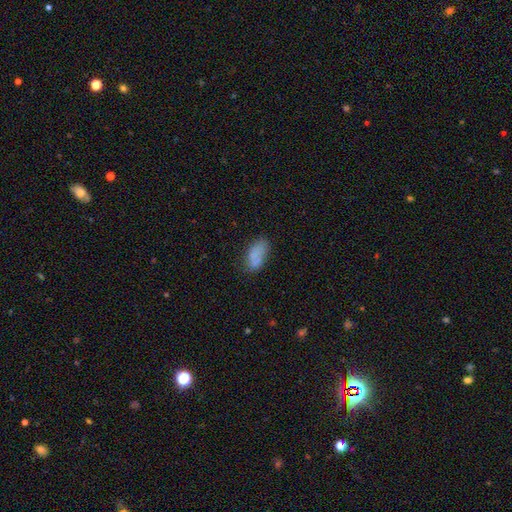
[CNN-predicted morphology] The model was most divided on "merging": none: 59%, minor disturbance: 25%, major disturbance: 10%, merger: 6%. More confident: how rounded — in between (92%); smooth or featured — smooth (77%).